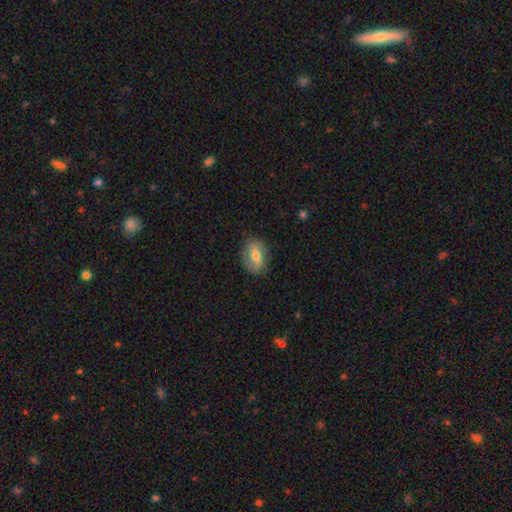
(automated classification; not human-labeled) Smooth or featured: smooth — 47% (featured or disk — 46%)
Merging: none — 80% (minor disturbance — 14%)